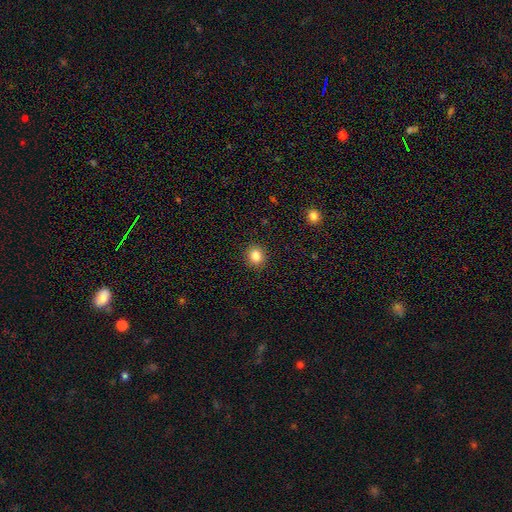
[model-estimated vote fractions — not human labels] smooth-or-featured: smooth: 84% | star or artifact: 11% | featured or disk: 5%
  how-rounded: round: 83% | in between: 16% | cigar-shaped: 1%
  merging: none: 91% | minor disturbance: 6% | major disturbance: 2% | merger: 1%